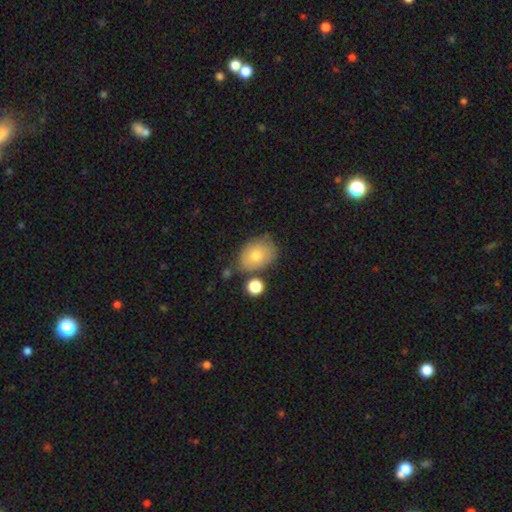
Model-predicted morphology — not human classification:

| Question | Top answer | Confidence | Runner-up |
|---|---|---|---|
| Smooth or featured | smooth | 71% | featured or disk (20%) |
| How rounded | in between | 69% | round (30%) |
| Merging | none | 67% | minor disturbance (19%) |